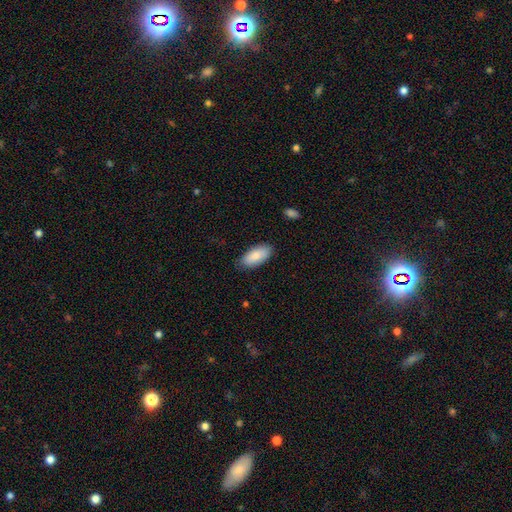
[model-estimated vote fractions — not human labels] The model was most divided on "merging": none: 81%, minor disturbance: 15%, major disturbance: 3%, merger: 1%. More confident: how rounded — in between (91%); smooth or featured — smooth (85%).